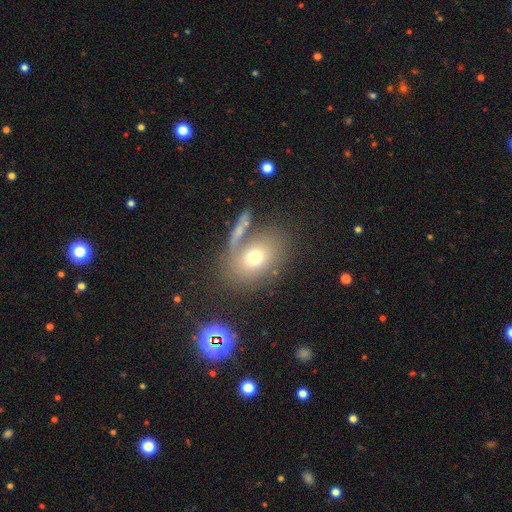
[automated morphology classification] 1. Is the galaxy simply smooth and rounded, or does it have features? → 58% smooth, 21% featured or disk, 20% star or artifact.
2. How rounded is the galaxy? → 61% in between, 36% round, 2% cigar-shaped.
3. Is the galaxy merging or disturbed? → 63% none, 16% merger, 13% minor disturbance, 7% major disturbance.